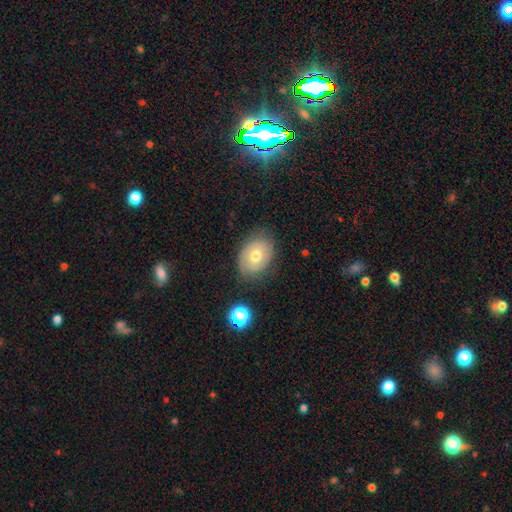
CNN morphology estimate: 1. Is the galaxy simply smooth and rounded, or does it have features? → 58% smooth, 32% featured or disk, 10% star or artifact.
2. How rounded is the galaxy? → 64% in between, 35% round, 1% cigar-shaped.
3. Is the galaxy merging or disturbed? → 73% none, 19% minor disturbance, 6% major disturbance, 2% merger.